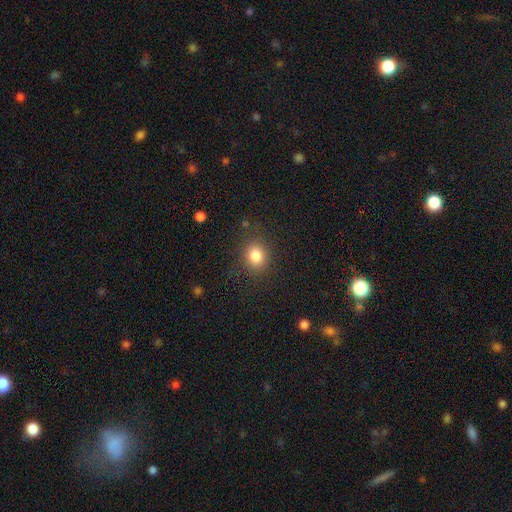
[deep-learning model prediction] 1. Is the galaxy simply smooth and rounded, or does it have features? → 83% smooth, 11% star or artifact, 6% featured or disk.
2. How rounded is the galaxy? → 67% round, 32% in between, 1% cigar-shaped.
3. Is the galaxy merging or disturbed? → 83% none, 11% minor disturbance, 4% major disturbance, 2% merger.